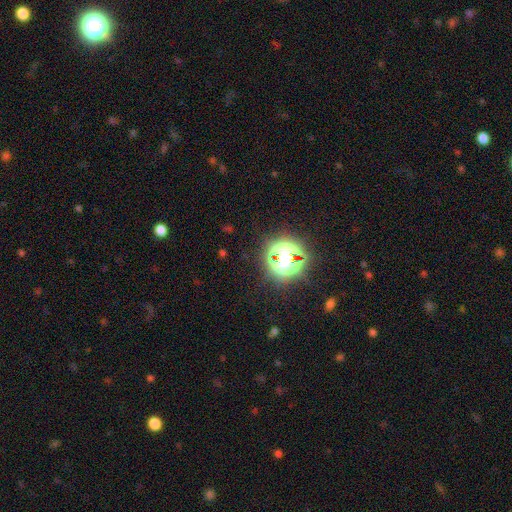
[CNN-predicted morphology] type=star or artifact (77%).